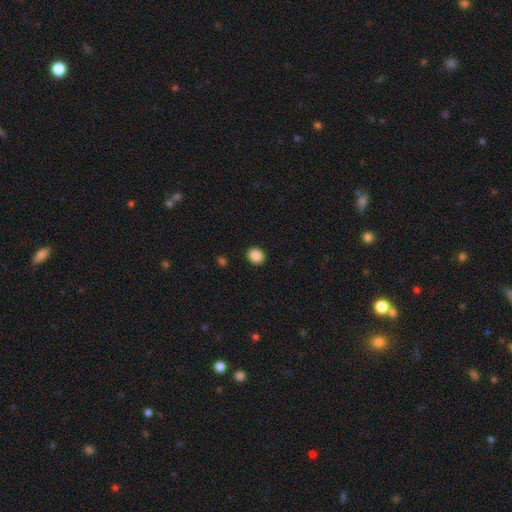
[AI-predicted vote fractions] Smooth or featured? smooth (88%)
How rounded? round (71%)
Merging? none (92%)